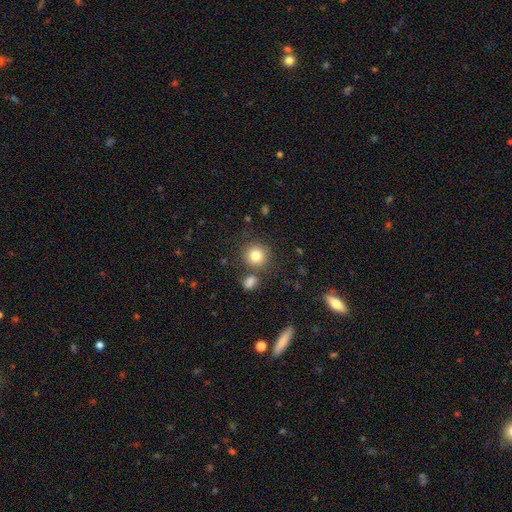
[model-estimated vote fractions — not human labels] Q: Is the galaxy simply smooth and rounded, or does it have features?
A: smooth — 81%.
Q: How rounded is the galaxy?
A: round — 90%.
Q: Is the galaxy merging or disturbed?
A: none — 77%.